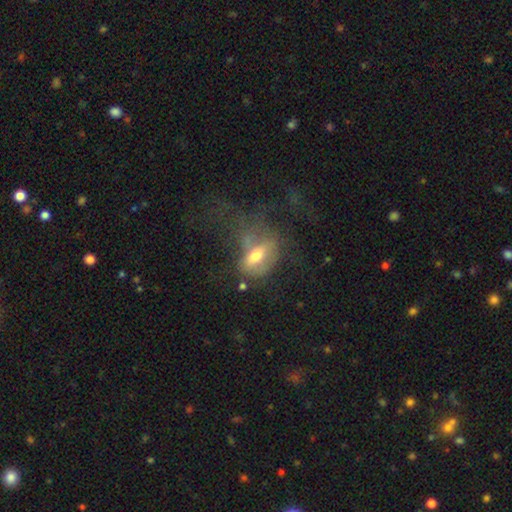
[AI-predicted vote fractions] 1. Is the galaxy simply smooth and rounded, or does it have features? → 47% smooth, 41% featured or disk, 12% star or artifact.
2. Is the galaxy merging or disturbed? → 43% major disturbance, 31% none, 20% minor disturbance, 6% merger.